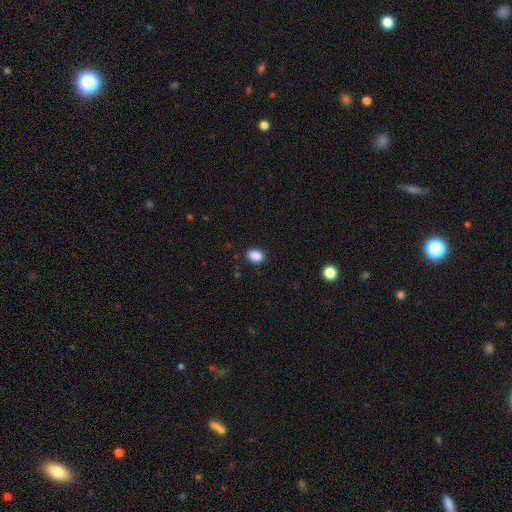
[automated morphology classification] This appears to be a smooth galaxy with no disk features (88%) that is in between round and cigar-shaped (72%). Merging: none (83%).